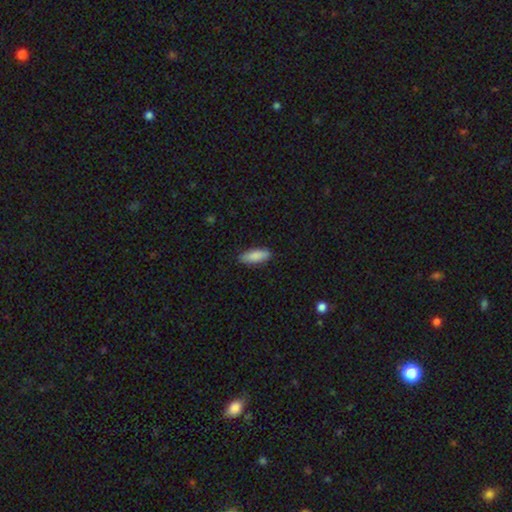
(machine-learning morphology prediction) smooth 88%, featured or disk 7%, star or artifact 6%. Down the decision tree: how rounded — in between (67%); merging — none (87%).